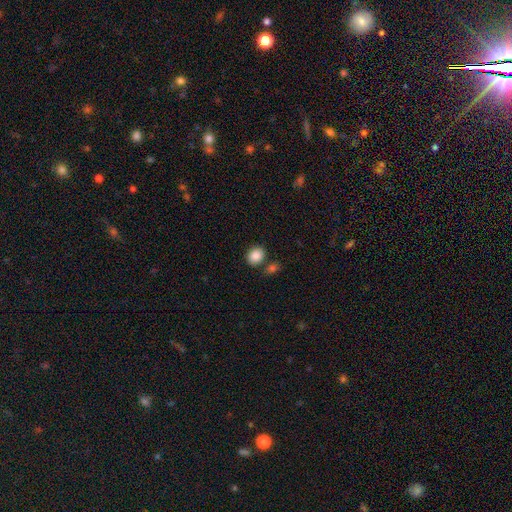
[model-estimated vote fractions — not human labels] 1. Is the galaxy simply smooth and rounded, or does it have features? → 88% smooth, 8% star or artifact, 4% featured or disk.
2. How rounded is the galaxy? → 57% in between, 42% round, 1% cigar-shaped.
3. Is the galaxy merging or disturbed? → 75% none, 11% minor disturbance, 11% merger, 3% major disturbance.